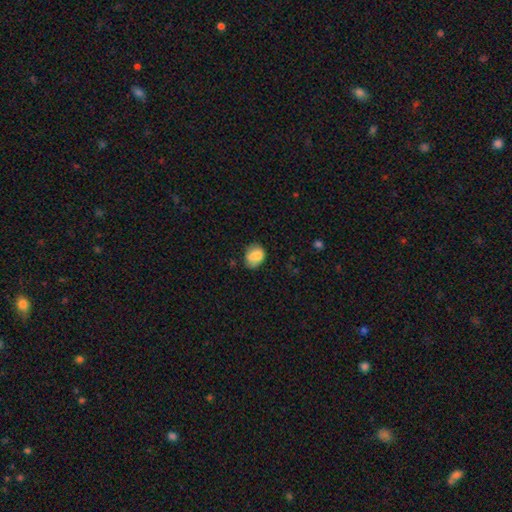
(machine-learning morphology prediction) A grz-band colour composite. It shows a smooth galaxy with no disk features (76%) that is in between round and cigar-shaped (63%). Merging: none (60%).